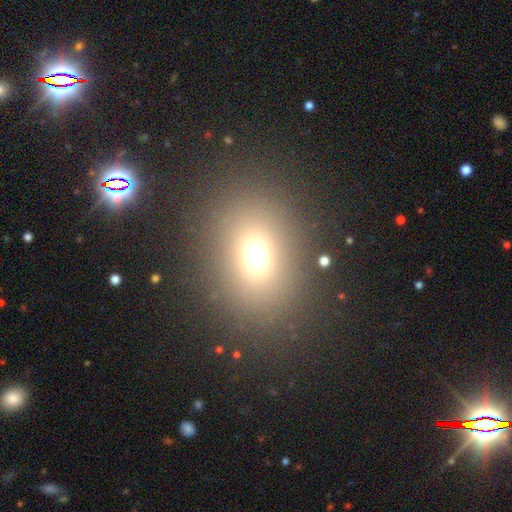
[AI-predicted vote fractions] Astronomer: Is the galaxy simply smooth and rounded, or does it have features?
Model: smooth — 66%.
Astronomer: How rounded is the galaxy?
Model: in between — 56% (runner-up: round, 42%).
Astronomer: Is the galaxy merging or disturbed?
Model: none — 81%.